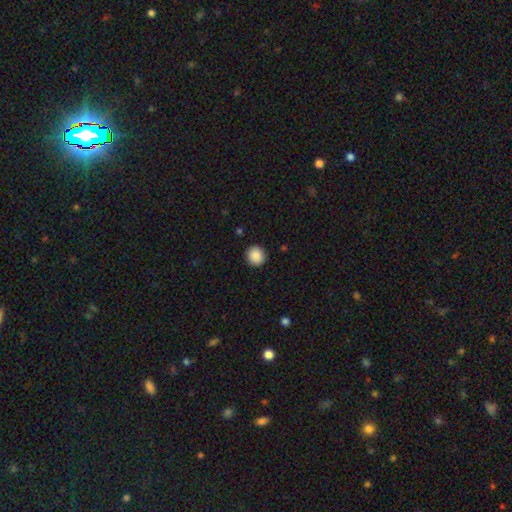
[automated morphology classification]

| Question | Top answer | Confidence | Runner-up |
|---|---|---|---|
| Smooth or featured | smooth | 89% | star or artifact (8%) |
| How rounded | round | 90% | in between (9%) |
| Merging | none | 91% | minor disturbance (6%) |